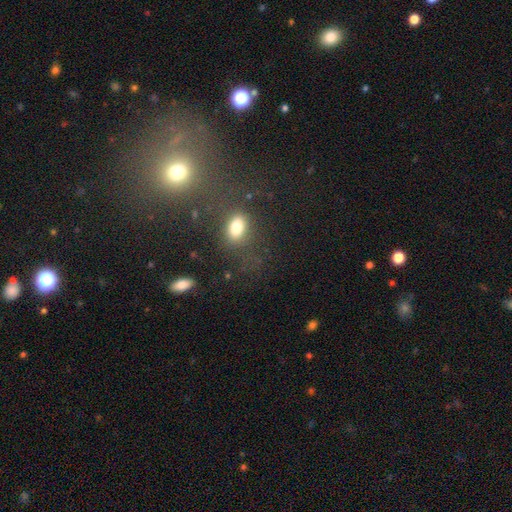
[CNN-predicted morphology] This appears to be a smooth galaxy with no disk features (49%). Merging: none (48%).